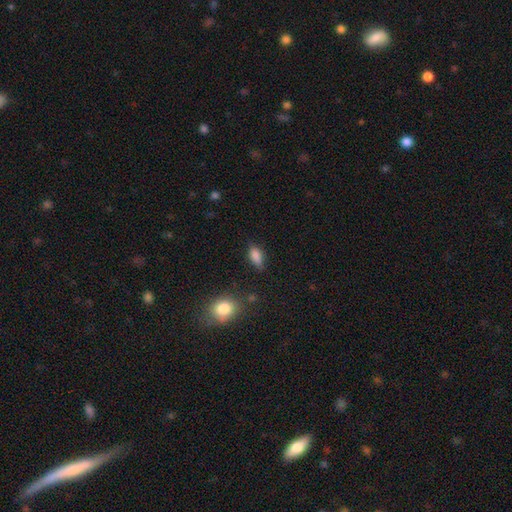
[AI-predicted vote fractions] Smooth or featured? Predicted: smooth (p=0.83). How rounded? Predicted: in between (p=0.84). Merging? Predicted: none (p=0.67).